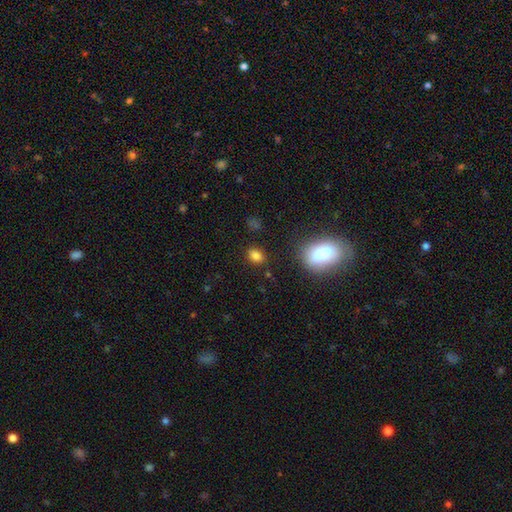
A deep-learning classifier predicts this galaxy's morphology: Smooth or featured? Predicted: smooth (p=0.82). How rounded? Predicted: in between (p=0.71). Merging? Predicted: none (p=0.83).